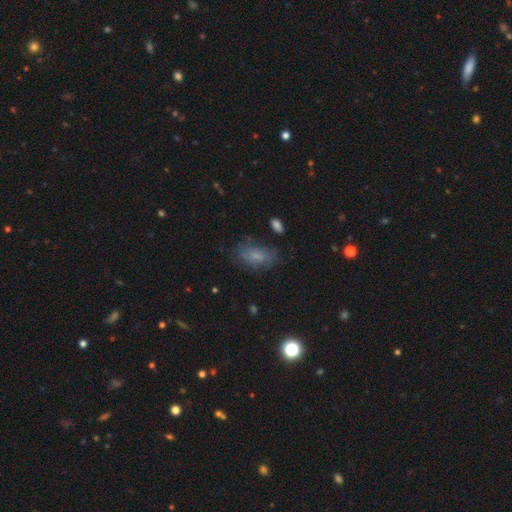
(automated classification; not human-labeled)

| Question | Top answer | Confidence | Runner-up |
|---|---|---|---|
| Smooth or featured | smooth | 71% | featured or disk (18%) |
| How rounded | in between | 88% | cigar-shaped (6%) |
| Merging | none | 66% | minor disturbance (22%) |